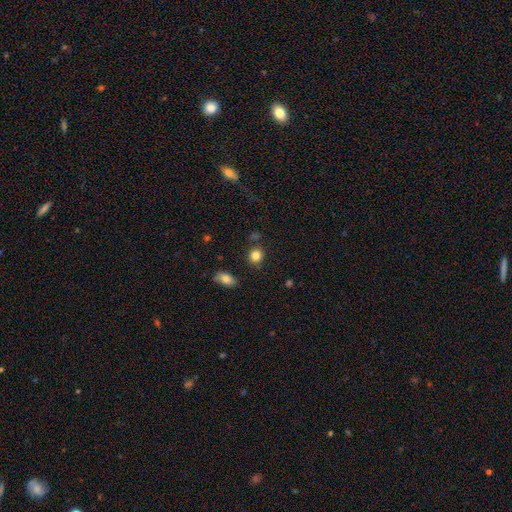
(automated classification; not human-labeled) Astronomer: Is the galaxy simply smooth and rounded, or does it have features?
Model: smooth — 84%.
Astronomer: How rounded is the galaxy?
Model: round — 77%.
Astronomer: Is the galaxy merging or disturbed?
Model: none — 84%.